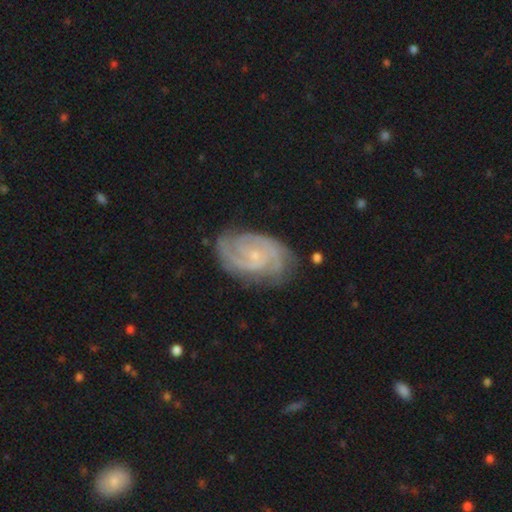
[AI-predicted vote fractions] smooth-or-featured: featured or disk: 88% | smooth: 6% | star or artifact: 6%
  disk-edge-on: no: 97% | yes: 3%
    bar: no: 61% | weak: 32% | strong: 7%
    has-spiral-arms: yes: 98% | no: 2%
      spiral-winding: tight: 64% | medium: 30% | loose: 5%
      spiral-arm-count: 2: 49% | 3: 20% | can't tell: 14% | 4: 7% | 1: 5% | more than 4: 5%
    bulge-size: small: 81% | moderate: 13% | none: 4% | large: 1% | dominant: 1%
  merging: none: 76% | minor disturbance: 17% | major disturbance: 5% | merger: 1%